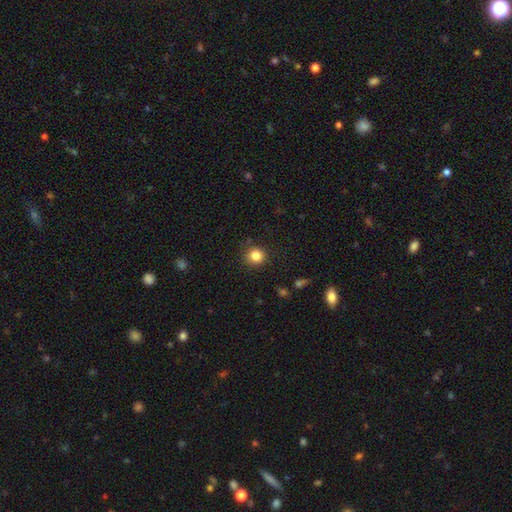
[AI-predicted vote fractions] Overall: smooth (84%). How rounded: round (90%). Merging: none (86%).